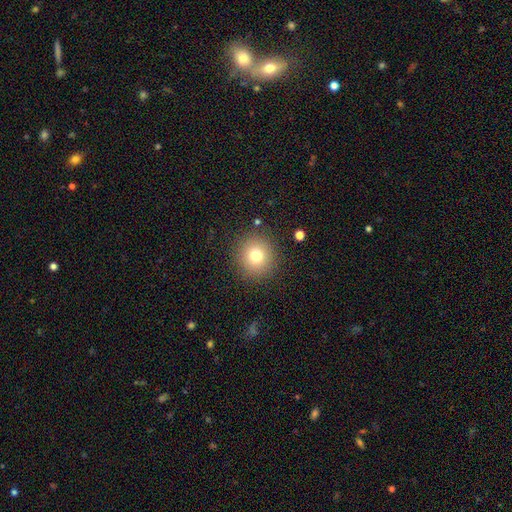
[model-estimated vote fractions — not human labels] The model was most divided on "smooth or featured": smooth: 78%, star or artifact: 12%, featured or disk: 10%. More confident: how rounded — round (92%); merging — none (88%).